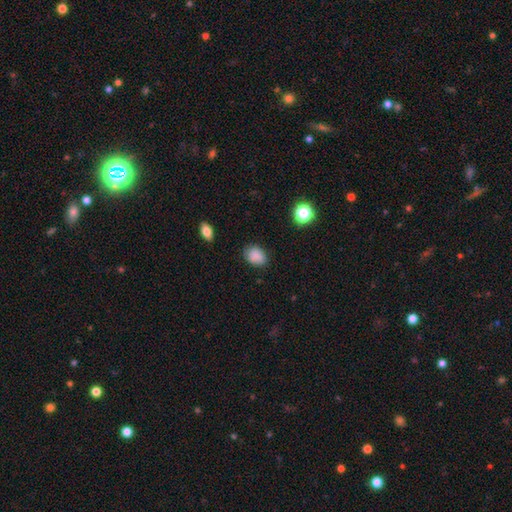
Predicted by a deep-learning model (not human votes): Smooth or featured? smooth (86%)
How rounded? in between (62%)
Merging? none (76%)